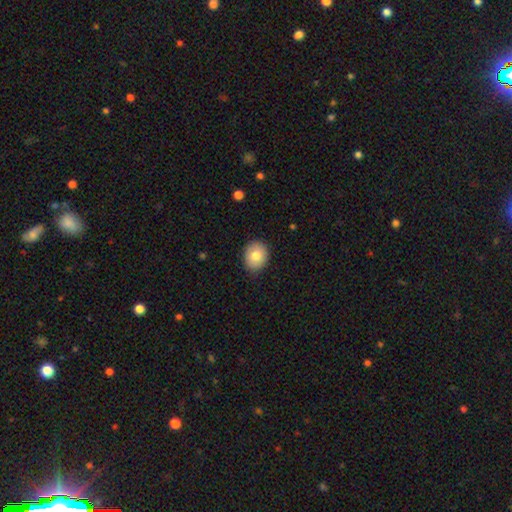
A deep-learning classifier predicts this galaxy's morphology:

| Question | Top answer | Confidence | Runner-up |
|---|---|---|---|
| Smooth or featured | smooth | 79% | featured or disk (13%) |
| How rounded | round | 59% | in between (41%) |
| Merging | none | 86% | minor disturbance (11%) |